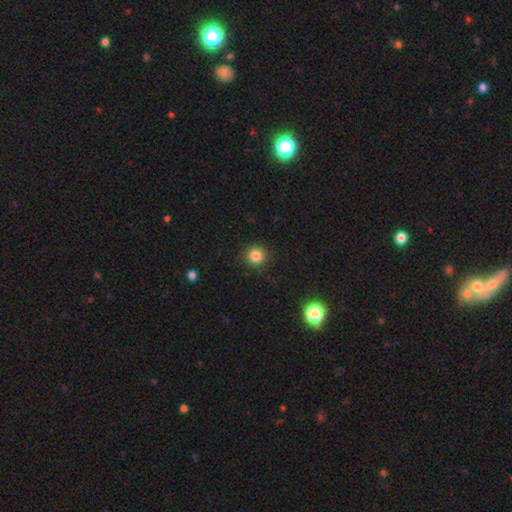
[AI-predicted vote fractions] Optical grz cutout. It shows a smooth galaxy with no disk features (83%) that is round (94%). Merging: none (91%).